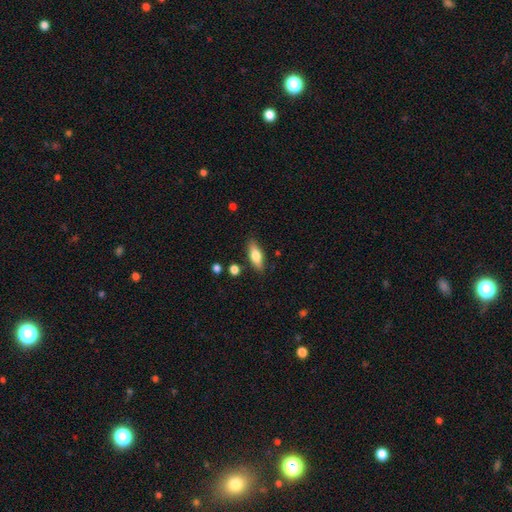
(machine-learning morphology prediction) Smooth or featured: smooth — 69% (featured or disk — 24%)
How rounded: in between — 64% (cigar-shaped — 33%)
Merging: none — 84% (minor disturbance — 11%)